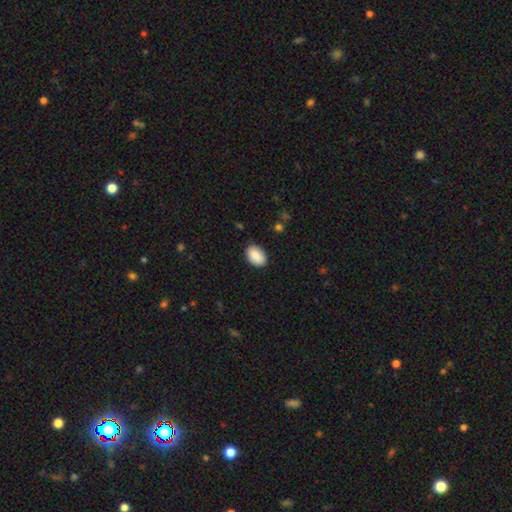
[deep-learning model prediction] A smooth galaxy with no disk features (86%) that is in between round and cigar-shaped (86%).

Vote fractions:
- Smooth or featured? smooth: 86% / featured or disk: 7% / star or artifact: 7%
- How rounded? in between: 86% / round: 12% / cigar-shaped: 1%
- Merging? none: 83% / minor disturbance: 13% / major disturbance: 2% / merger: 1%